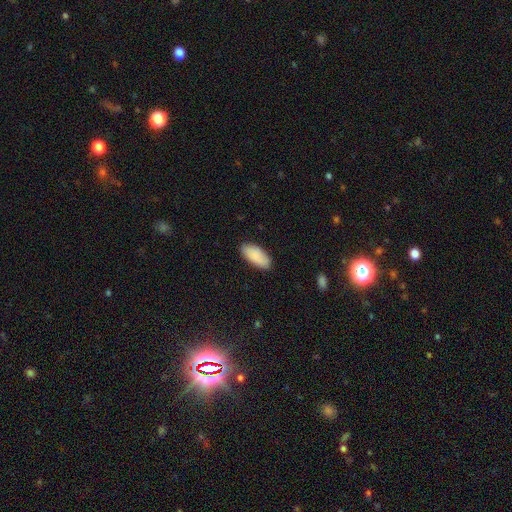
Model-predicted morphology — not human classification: A smooth galaxy with no disk features (89%) that is in between round and cigar-shaped (90%).

Vote fractions:
- Smooth or featured? smooth: 89% / featured or disk: 6% / star or artifact: 6%
- How rounded? in between: 90% / cigar-shaped: 8% / round: 2%
- Merging? none: 87% / minor disturbance: 10% / major disturbance: 2% / merger: 1%